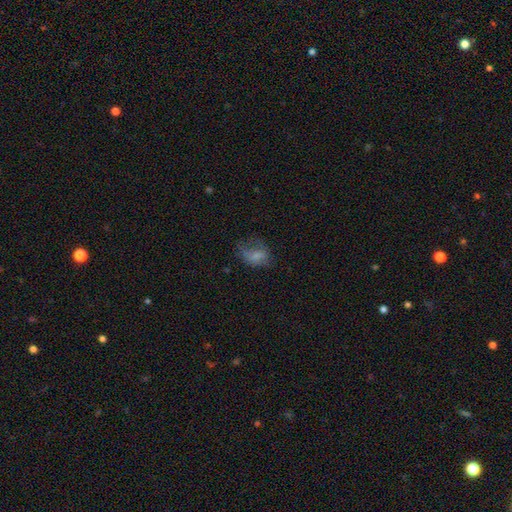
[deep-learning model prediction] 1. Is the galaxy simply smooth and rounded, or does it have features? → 63% smooth, 24% featured or disk, 13% star or artifact.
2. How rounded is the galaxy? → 76% in between, 22% round, 2% cigar-shaped.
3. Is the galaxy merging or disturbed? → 38% major disturbance, 33% none, 26% minor disturbance, 2% merger.